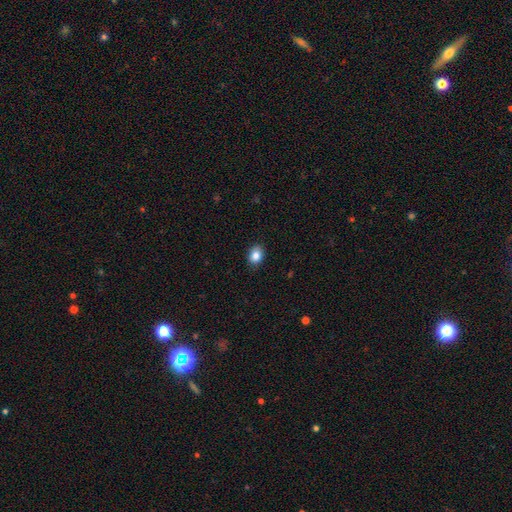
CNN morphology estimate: Smooth or featured? smooth (85%)
How rounded? in between (65%)
Merging? none (88%)